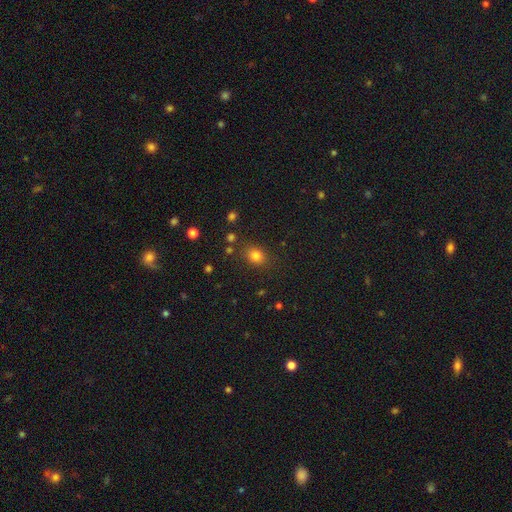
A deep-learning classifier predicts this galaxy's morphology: A smooth galaxy with no disk features (80%) that is round (54%).

Vote fractions:
- Smooth or featured? smooth: 80% / star or artifact: 14% / featured or disk: 6%
- How rounded? round: 54% / in between: 45% / cigar-shaped: 1%
- Merging? none: 82% / minor disturbance: 11% / major disturbance: 4% / merger: 3%